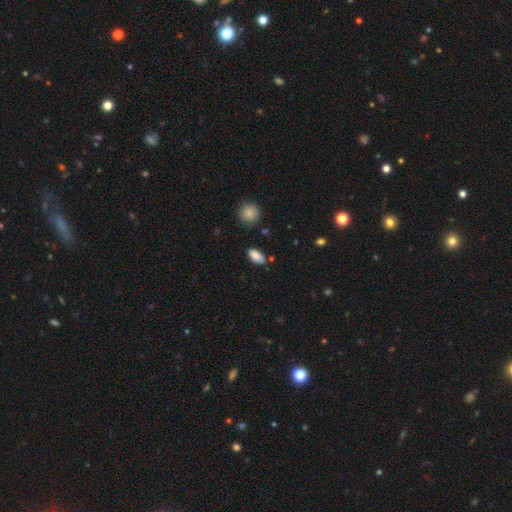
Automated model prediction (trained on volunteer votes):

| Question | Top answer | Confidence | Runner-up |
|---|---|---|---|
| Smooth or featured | smooth | 84% | featured or disk (8%) |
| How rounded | in between | 90% | cigar-shaped (6%) |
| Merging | none | 75% | minor disturbance (18%) |